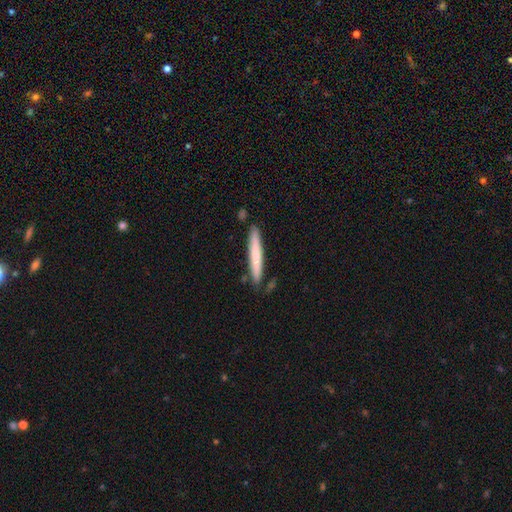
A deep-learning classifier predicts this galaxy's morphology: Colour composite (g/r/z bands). It shows a smooth galaxy with no disk features (70%) that is cigar-shaped (96%). Merging: none (84%).